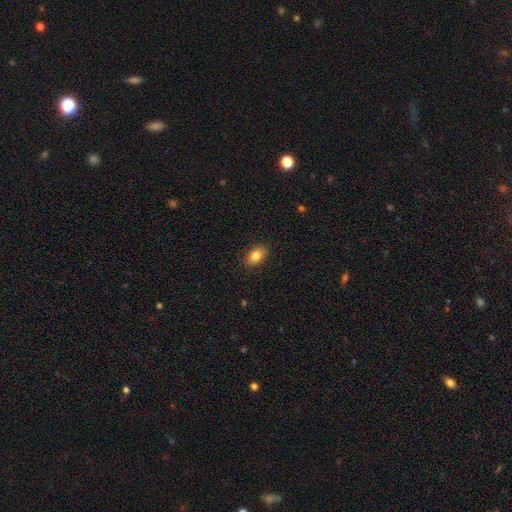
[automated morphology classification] smooth_or_featured: smooth (p=0.83) [alt: featured or disk p=0.09]
how_rounded: in between (p=0.88) [alt: round p=0.10]
merging: none (p=0.89) [alt: minor disturbance p=0.08]